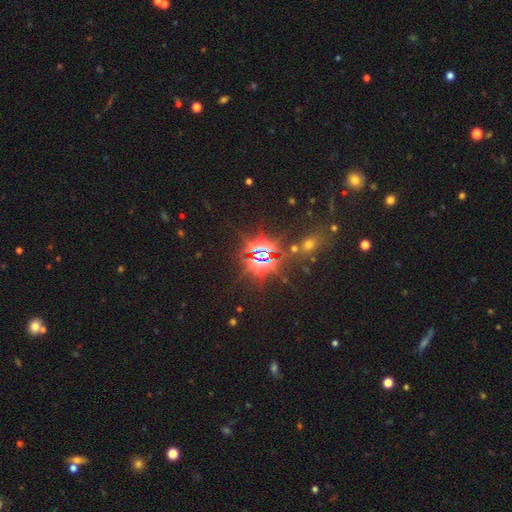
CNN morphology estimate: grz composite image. It shows a star or artifact, not a galaxy (81%).